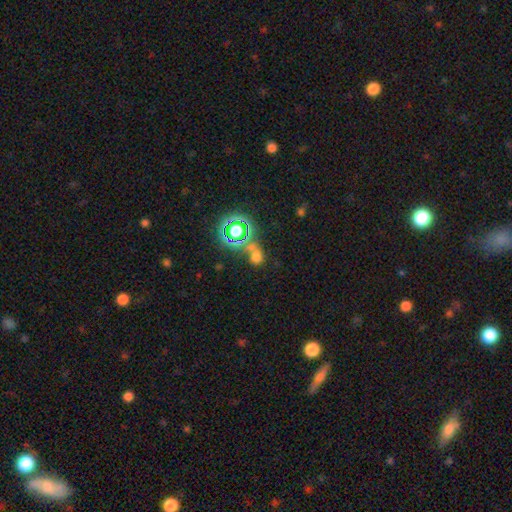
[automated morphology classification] Smooth or featured? smooth (54%)
How rounded? round (60%)
Merging? none (46%)